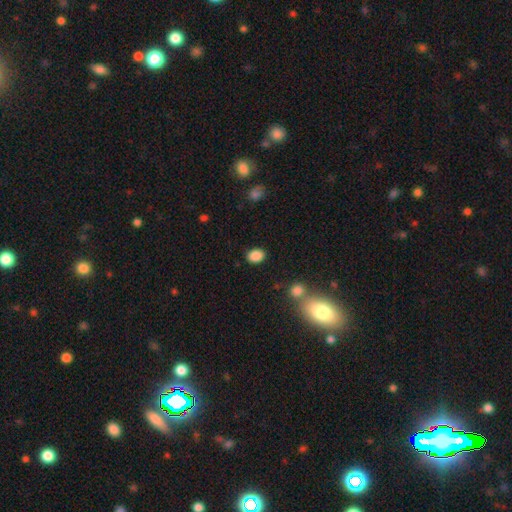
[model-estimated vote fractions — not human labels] Q: Smooth or featured?
A: smooth (87%); runner-up: star or artifact (9%)
Q: How rounded?
A: in between (72%); runner-up: round (27%)
Q: Merging?
A: none (85%); runner-up: minor disturbance (10%)